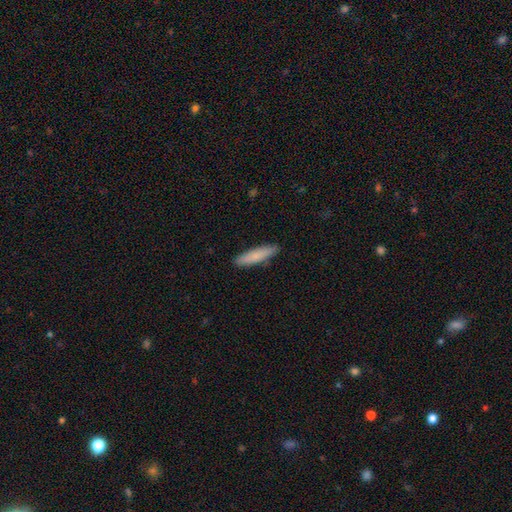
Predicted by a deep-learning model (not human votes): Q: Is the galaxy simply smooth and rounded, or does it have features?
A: smooth — 80%.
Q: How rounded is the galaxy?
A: cigar-shaped — 84%.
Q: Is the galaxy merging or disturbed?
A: none — 89%.